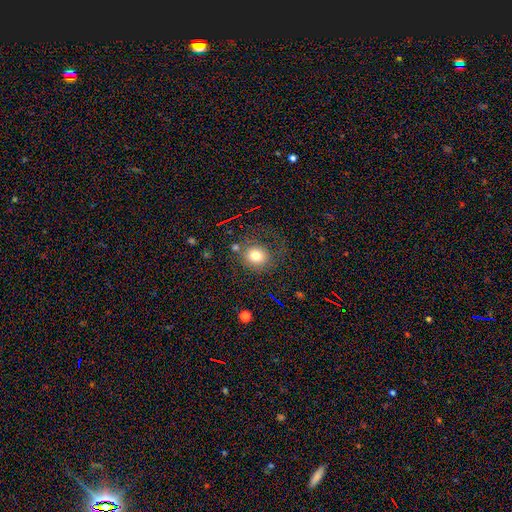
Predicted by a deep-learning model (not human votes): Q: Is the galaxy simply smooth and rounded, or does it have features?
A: smooth — 75%.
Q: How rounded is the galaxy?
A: round — 82%.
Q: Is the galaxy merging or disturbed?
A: none — 66%.